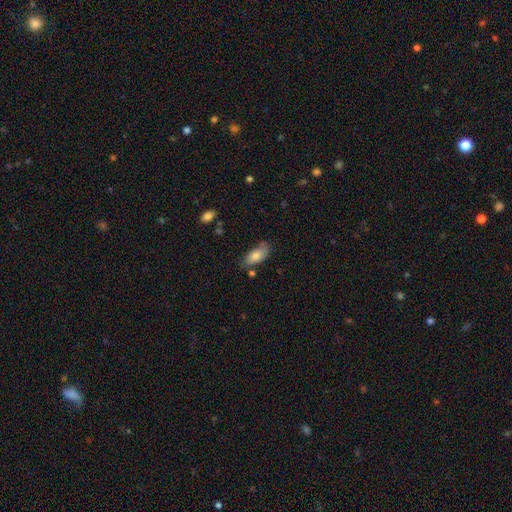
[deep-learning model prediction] Overall: smooth (78%). How rounded: in between (87%). Merging: none (64%; minor disturbance 25%).